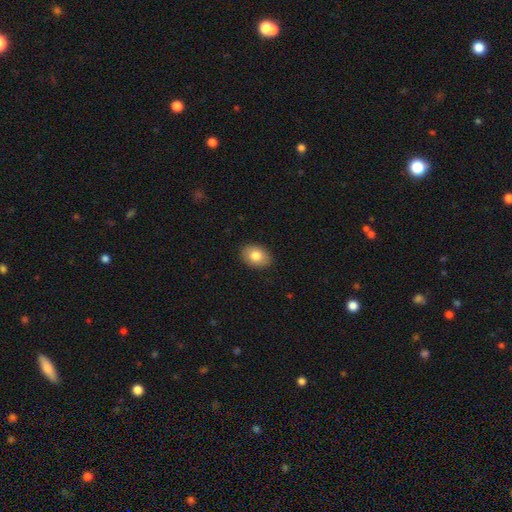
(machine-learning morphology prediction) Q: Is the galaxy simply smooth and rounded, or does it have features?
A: smooth — 82%.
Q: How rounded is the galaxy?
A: in between — 73%.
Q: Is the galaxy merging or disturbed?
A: none — 88%.